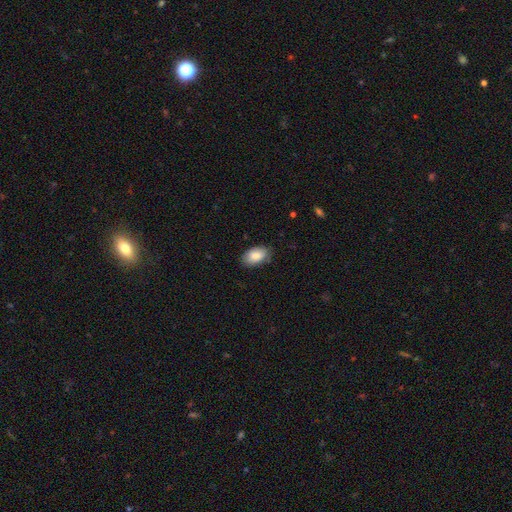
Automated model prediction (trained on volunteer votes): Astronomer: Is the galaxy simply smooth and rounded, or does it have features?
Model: smooth — 87%.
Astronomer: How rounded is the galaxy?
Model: in between — 94%.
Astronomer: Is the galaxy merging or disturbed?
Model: none — 82%.